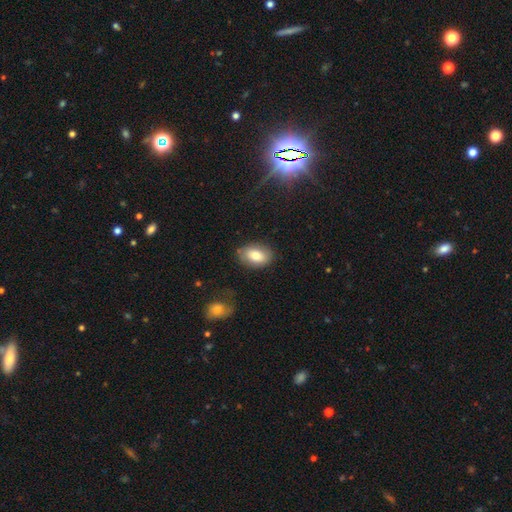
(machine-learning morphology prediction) Smooth or featured?
  - smooth: 79% *
  - featured or disk: 14%
  - star or artifact: 8%
How rounded?
  - in between: 85% *
  - round: 14%
  - cigar-shaped: 1%
Merging?
  - none: 80% *
  - minor disturbance: 14%
  - major disturbance: 4%
  - merger: 2%